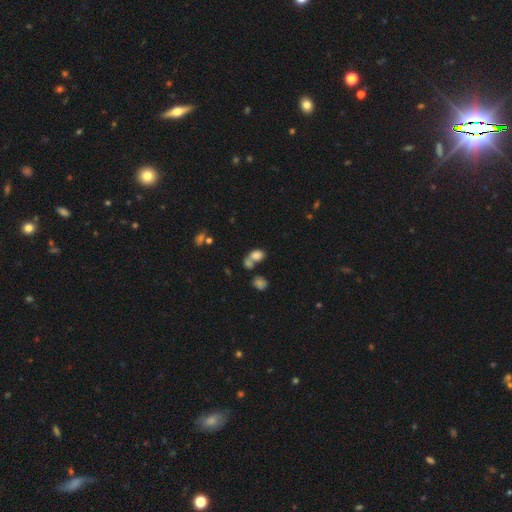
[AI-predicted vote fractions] A smooth galaxy with no disk features (76%) that is in between round and cigar-shaped (69%).

Vote fractions:
- Smooth or featured? smooth: 76% / star or artifact: 13% / featured or disk: 11%
- How rounded? in between: 69% / round: 30% / cigar-shaped: 2%
- Merging? merger: 50% / none: 32% / minor disturbance: 11% / major disturbance: 7%